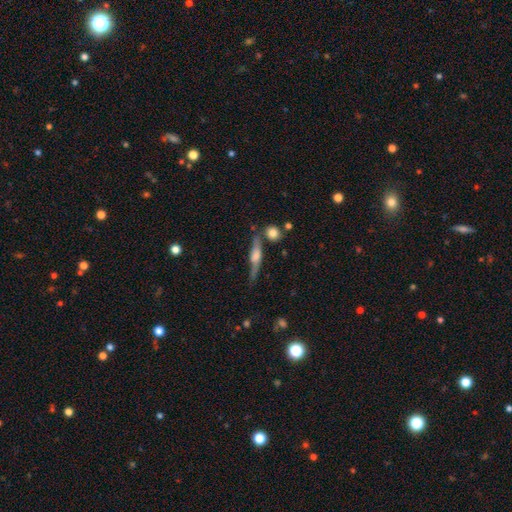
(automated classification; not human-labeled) Overall: featured or disk (60%; smooth 33%). Edge-on disk: yes (92%). Edge-on bulge: rounded (67%). Merging: none (65%).